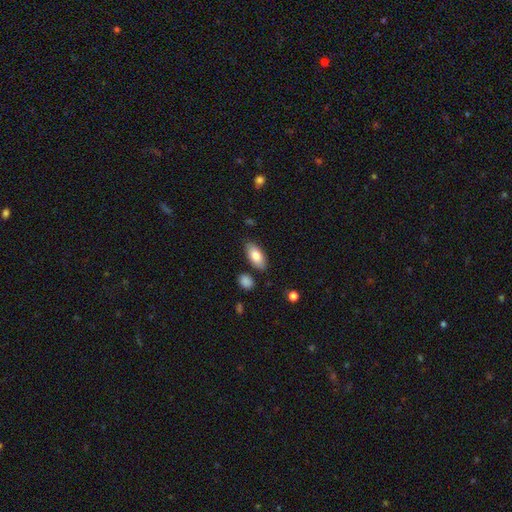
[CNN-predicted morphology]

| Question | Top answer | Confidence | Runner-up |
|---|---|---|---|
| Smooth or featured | smooth | 82% | featured or disk (12%) |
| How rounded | in between | 91% | cigar-shaped (7%) |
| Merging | none | 83% | minor disturbance (12%) |